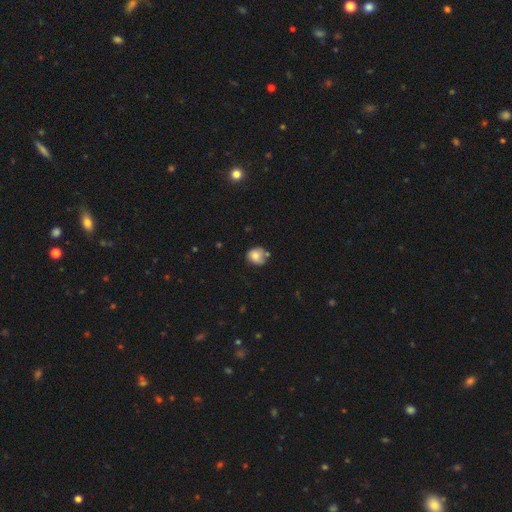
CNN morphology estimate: Overall: smooth (75%). How rounded: round (76%). Merging: none (56%; minor disturbance 27%).